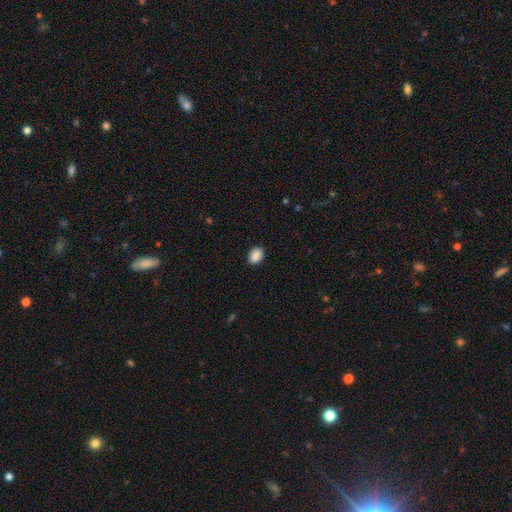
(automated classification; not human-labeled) Q: Smooth or featured?
A: smooth (90%); runner-up: star or artifact (7%)
Q: How rounded?
A: in between (72%); runner-up: round (27%)
Q: Merging?
A: none (89%); runner-up: minor disturbance (8%)